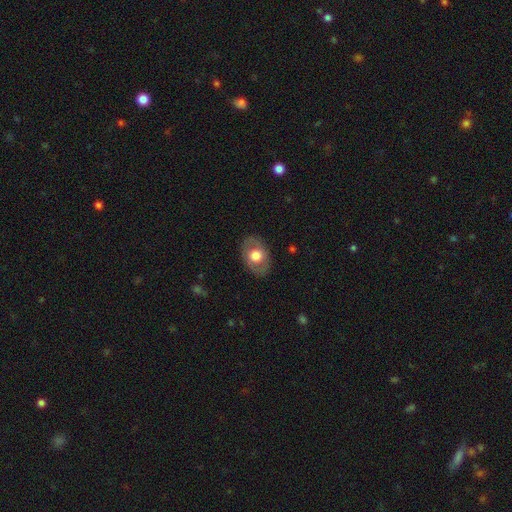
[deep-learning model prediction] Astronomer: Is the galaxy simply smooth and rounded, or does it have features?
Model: smooth — 58% (runner-up: featured or disk, 35%).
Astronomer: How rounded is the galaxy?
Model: in between — 74%.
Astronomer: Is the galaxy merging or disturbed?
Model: none — 82%.